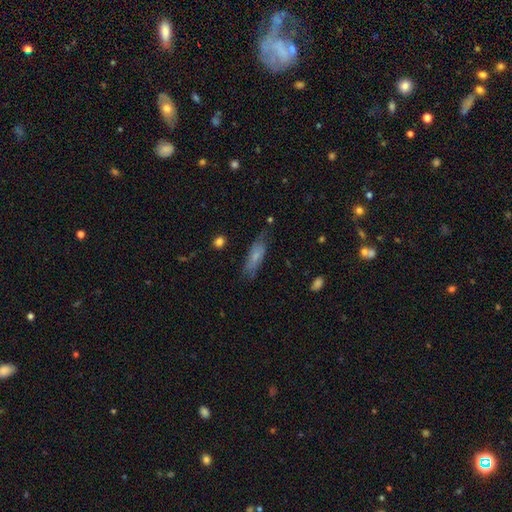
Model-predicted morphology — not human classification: Smooth or featured: smooth — 59% (featured or disk — 33%)
How rounded: in between — 54% (cigar-shaped — 44%)
Merging: none — 65% (minor disturbance — 25%)